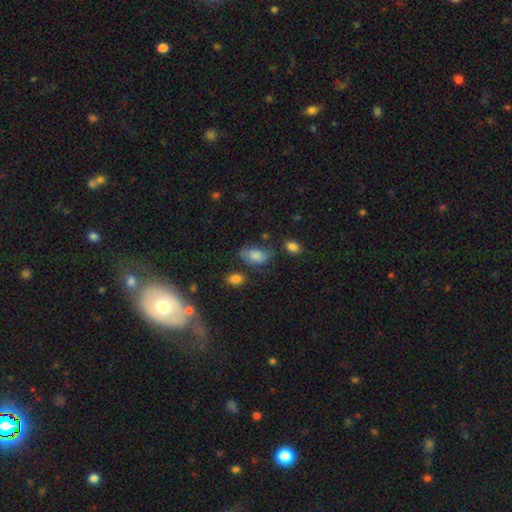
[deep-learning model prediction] Overall: smooth (74%). How rounded: in between (90%). Merging: none (54%; minor disturbance 29%).